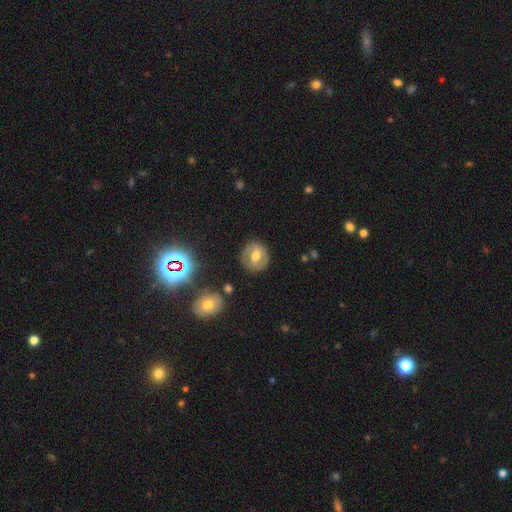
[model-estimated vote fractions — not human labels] smooth-or-featured: featured or disk: 47% | smooth: 45% | star or artifact: 8%
  merging: none: 84% | minor disturbance: 10% | major disturbance: 4% | merger: 2%